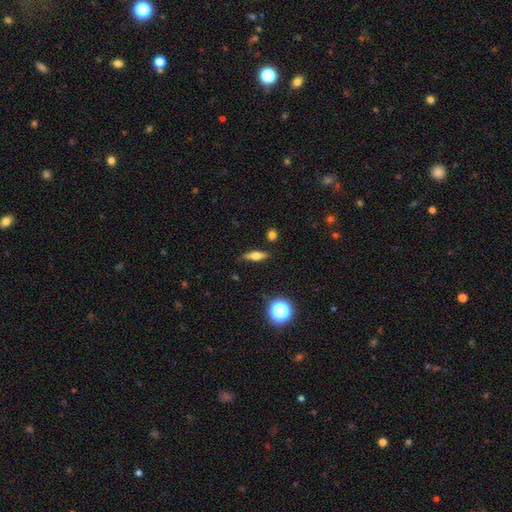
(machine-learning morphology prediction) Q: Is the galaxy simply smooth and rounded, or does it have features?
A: smooth — 52%.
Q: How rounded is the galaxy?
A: cigar-shaped — 54%.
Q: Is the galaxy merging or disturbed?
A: none — 83%.